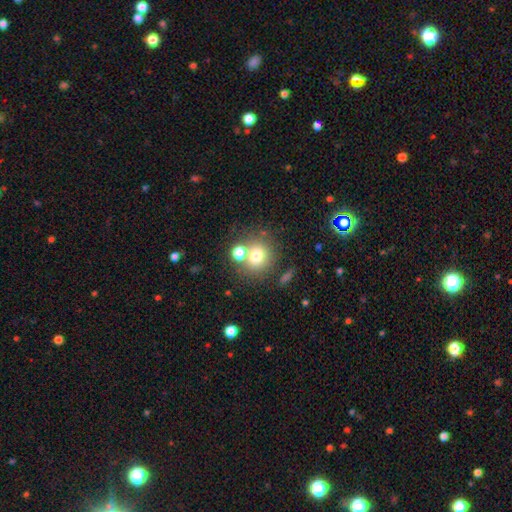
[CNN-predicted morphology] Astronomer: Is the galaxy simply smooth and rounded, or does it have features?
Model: smooth — 73%.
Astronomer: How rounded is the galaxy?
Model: round — 85%.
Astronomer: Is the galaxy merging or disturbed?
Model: none — 60%.